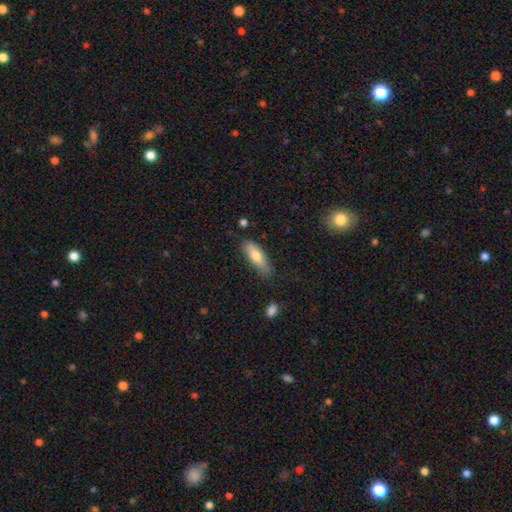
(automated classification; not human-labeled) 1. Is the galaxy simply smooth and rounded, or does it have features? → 73% smooth, 21% featured or disk, 6% star or artifact.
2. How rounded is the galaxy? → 55% in between, 43% cigar-shaped, 2% round.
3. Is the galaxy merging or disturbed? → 71% none, 22% minor disturbance, 4% major disturbance, 3% merger.